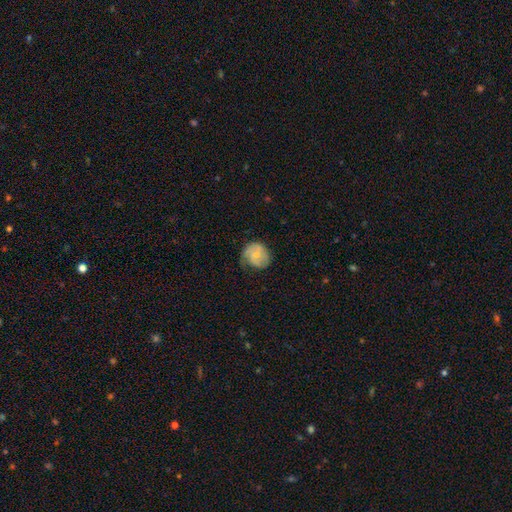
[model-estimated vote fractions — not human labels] A featured or disk galaxy (52%) with no bar (70%), spiral arms (86%) and a small central bulge (63%).

Vote fractions:
- Smooth or featured? featured or disk: 52% / smooth: 42% / star or artifact: 7%
- Edge-on disk? no: 98% / yes: 2%
- Bar? no: 70% / weak: 26% / strong: 4%
- Spiral arms? yes: 86% / no: 14%
- Bulge size? small: 63% / moderate: 27% / none: 8% / large: 1% / dominant: 1%
- Merging? none: 56% / minor disturbance: 29% / major disturbance: 13% / merger: 1%